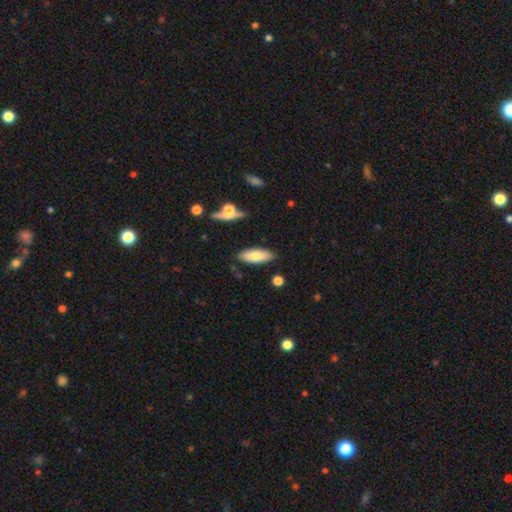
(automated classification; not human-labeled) smooth-or-featured: smooth: 73% | featured or disk: 20% | star or artifact: 7%
  how-rounded: in between: 73% | cigar-shaped: 24% | round: 2%
  merging: none: 84% | minor disturbance: 11% | merger: 3% | major disturbance: 2%